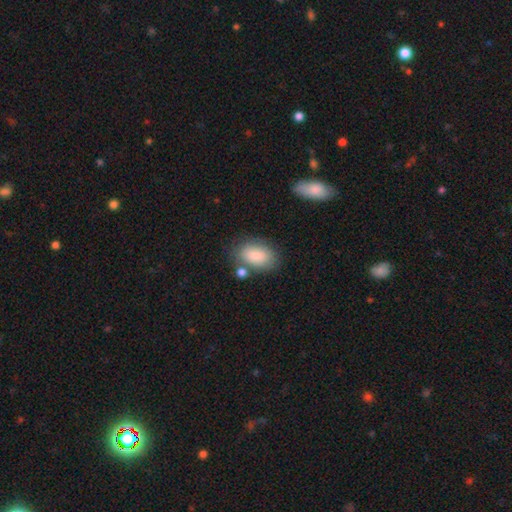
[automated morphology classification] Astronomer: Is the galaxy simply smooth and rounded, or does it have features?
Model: smooth — 85%.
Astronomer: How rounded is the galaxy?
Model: in between — 90%.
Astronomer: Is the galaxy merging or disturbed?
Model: none — 66%.